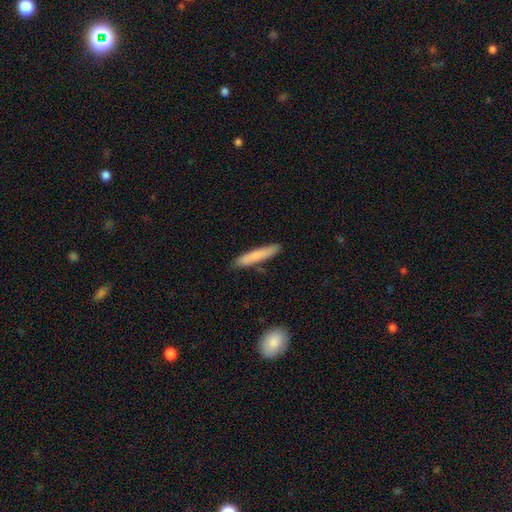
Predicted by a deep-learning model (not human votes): smooth 77%, featured or disk 17%, star or artifact 6%. Down the decision tree: how rounded — cigar-shaped (92%); merging — none (84%).